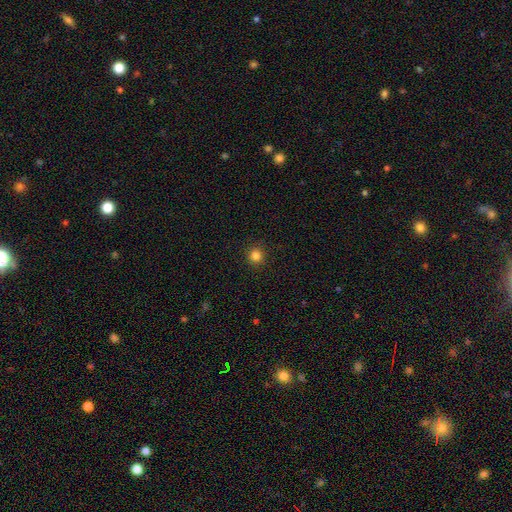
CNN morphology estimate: Overall: smooth (83%). How rounded: round (95%). Merging: none (92%).